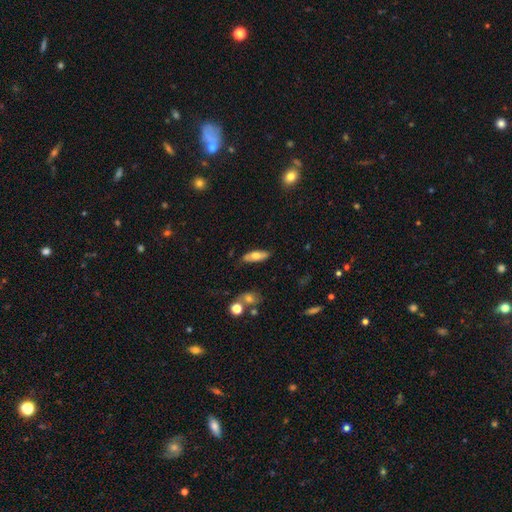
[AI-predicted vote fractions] The model was most divided on "how rounded": in between: 62%, cigar-shaped: 36%, round: 3%. More confident: merging — none (78%); smooth or featured — smooth (64%).